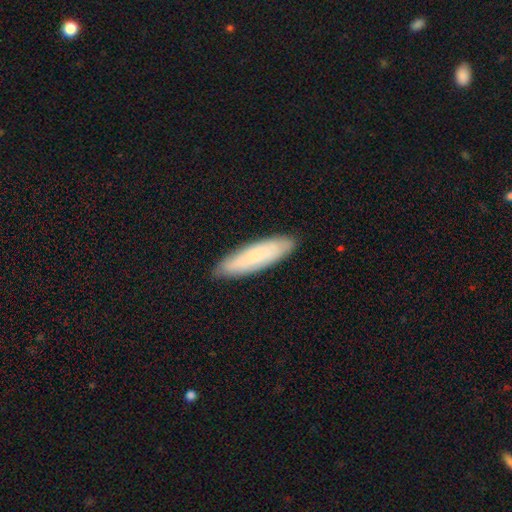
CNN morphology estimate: Q: Smooth or featured?
A: smooth (70%); runner-up: featured or disk (23%)
Q: How rounded?
A: cigar-shaped (65%); runner-up: in between (34%)
Q: Merging?
A: none (88%); runner-up: minor disturbance (9%)